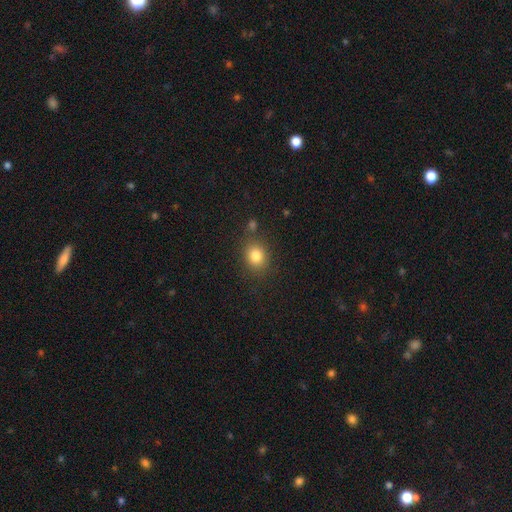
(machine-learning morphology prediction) This appears to be a smooth galaxy with no disk features (81%) that is round (68%). Merging: none (80%).